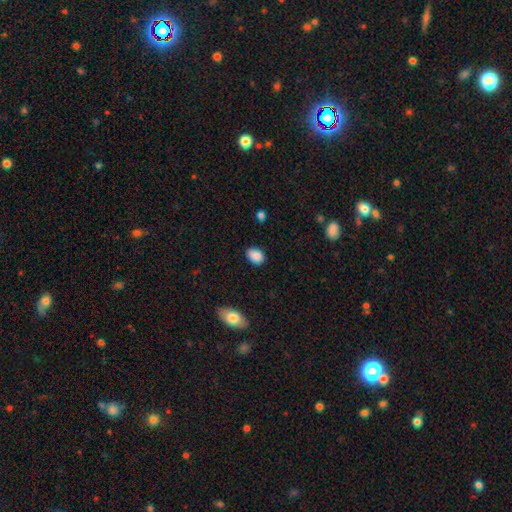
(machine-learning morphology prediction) Q: Smooth or featured?
A: smooth (88%); runner-up: star or artifact (8%)
Q: How rounded?
A: in between (75%); runner-up: round (24%)
Q: Merging?
A: none (80%); runner-up: minor disturbance (16%)